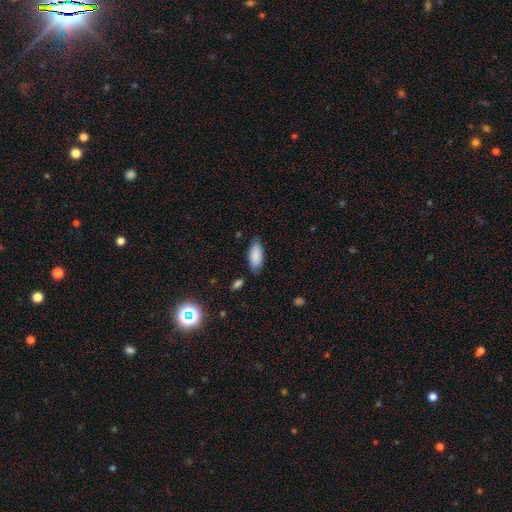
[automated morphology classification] This appears to be a smooth galaxy with no disk features (88%) that is in between round and cigar-shaped (85%). Merging: none (80%).